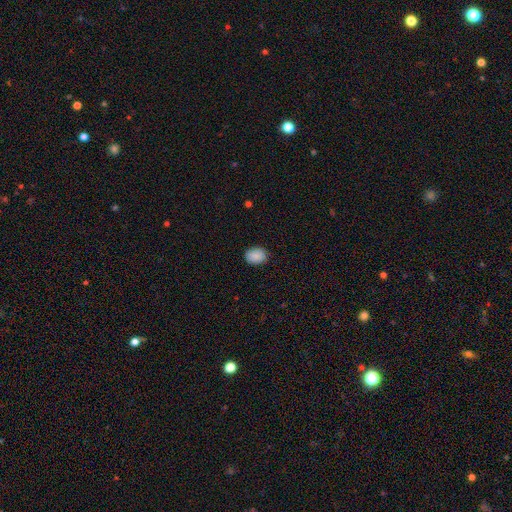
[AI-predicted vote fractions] smooth_or_featured: smooth (p=0.90) [alt: star or artifact p=0.08]
how_rounded: in between (p=0.66) [alt: round p=0.34]
merging: none (p=0.86) [alt: minor disturbance p=0.11]